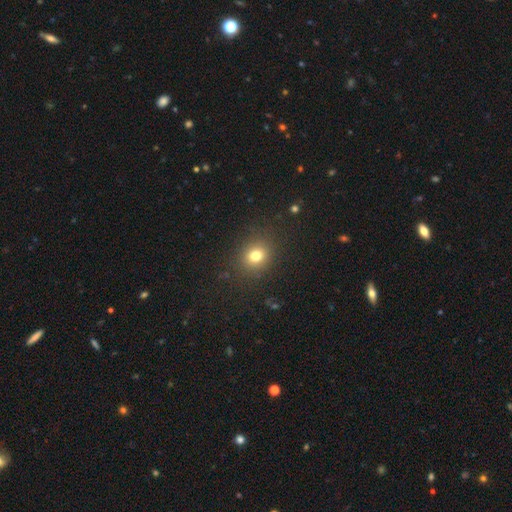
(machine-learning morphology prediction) This is likely a smooth galaxy (77%). How rounded: likely round (68%). Merging: clearly none (87%).